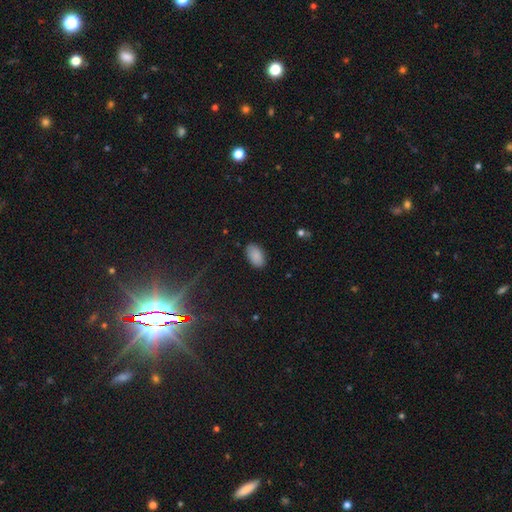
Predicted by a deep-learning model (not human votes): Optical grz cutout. It shows a smooth galaxy with no disk features (87%) that is in between round and cigar-shaped (94%). Merging: none (86%).